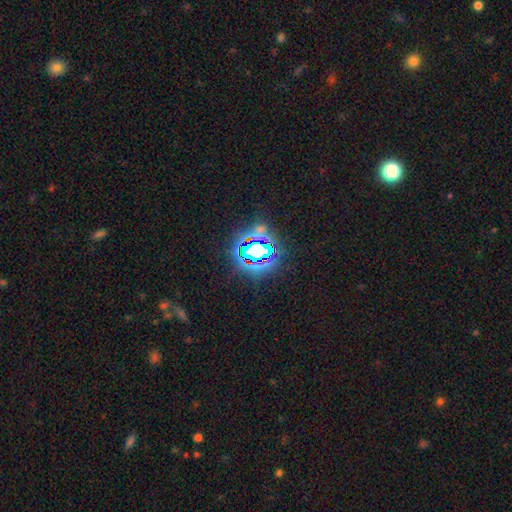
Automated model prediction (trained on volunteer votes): The model was most divided on "smooth or featured": star or artifact: 77%, smooth: 13%, featured or disk: 10%.